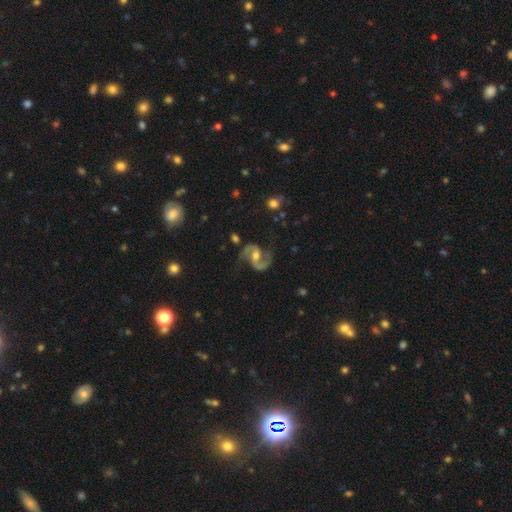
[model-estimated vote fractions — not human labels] Morphology: type=featured or disk (91%); edge-on=no (98%); bar=weak (44%); spiral arms=yes (98%); winding=medium (54%); arm count=2 (94%); bulge=moderate (67%); merging=none (76%).